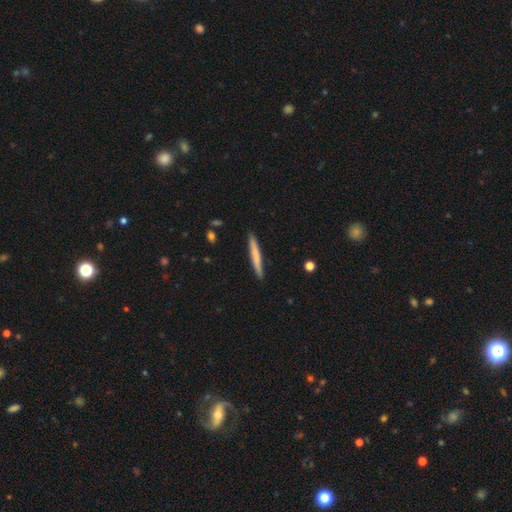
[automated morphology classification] This is likely a smooth galaxy (66%). How rounded: clearly cigar-shaped (96%). Merging: clearly none (90%).